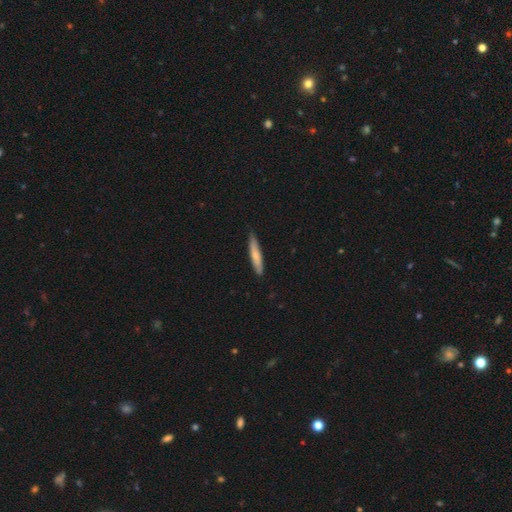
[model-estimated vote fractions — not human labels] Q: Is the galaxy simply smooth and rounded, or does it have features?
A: smooth — 68%.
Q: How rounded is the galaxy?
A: cigar-shaped — 87%.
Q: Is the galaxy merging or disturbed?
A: none — 79%.